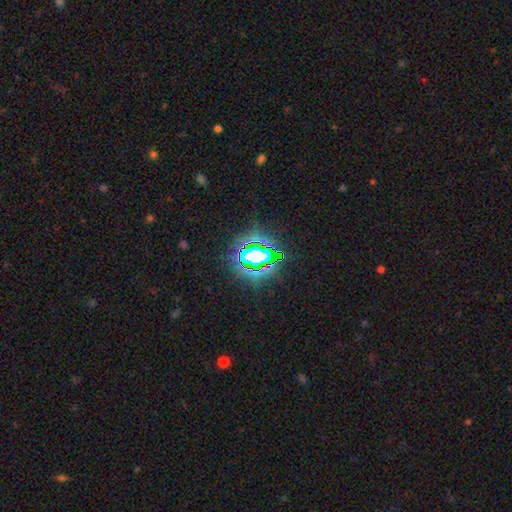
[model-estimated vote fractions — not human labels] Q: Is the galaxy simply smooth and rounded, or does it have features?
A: star or artifact — 75%.